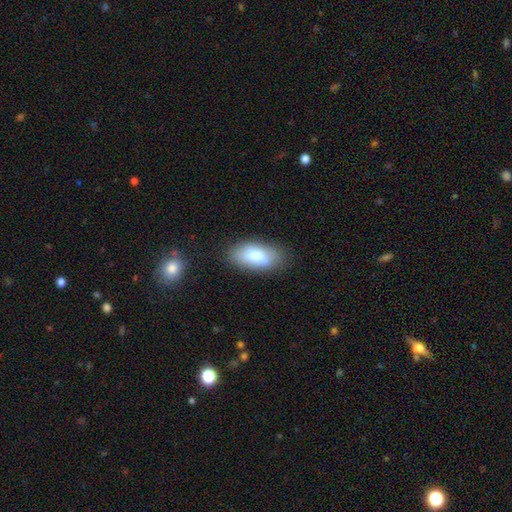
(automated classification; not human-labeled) The model was most divided on "merging": none: 80%, minor disturbance: 15%, major disturbance: 4%, merger: 2%. More confident: how rounded — in between (89%); smooth or featured — smooth (80%).